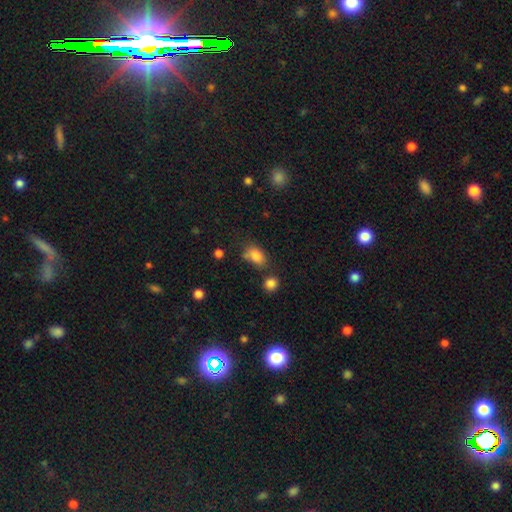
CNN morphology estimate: This is clearly a smooth galaxy (83%). How rounded: clearly in between (80%). Merging: possibly none (58%).